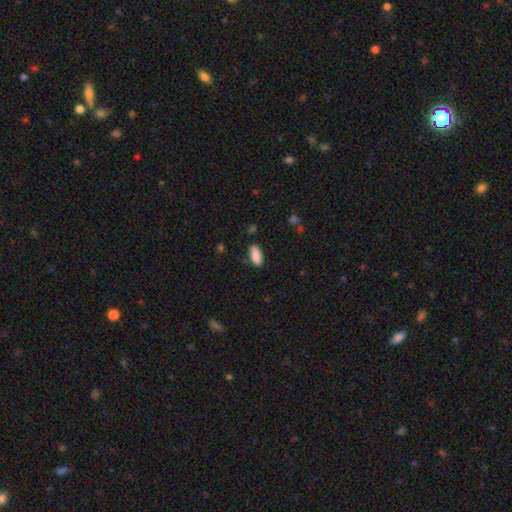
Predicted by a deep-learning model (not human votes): Q: Smooth or featured?
A: smooth (87%); runner-up: star or artifact (7%)
Q: How rounded?
A: in between (88%); runner-up: cigar-shaped (10%)
Q: Merging?
A: none (80%); runner-up: minor disturbance (15%)